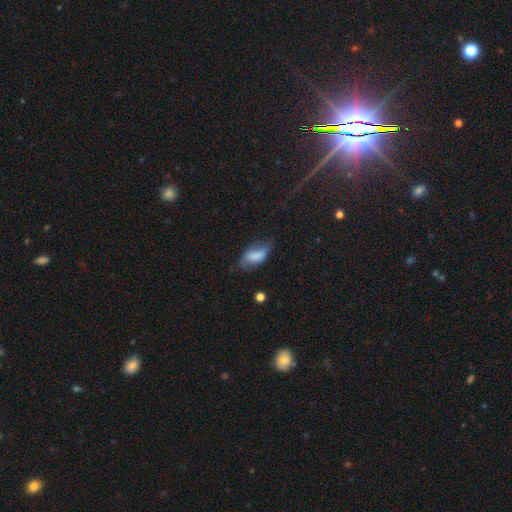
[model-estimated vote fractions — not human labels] Morphology: type=smooth (69%); roundness=in between (85%); merging=none (49%).